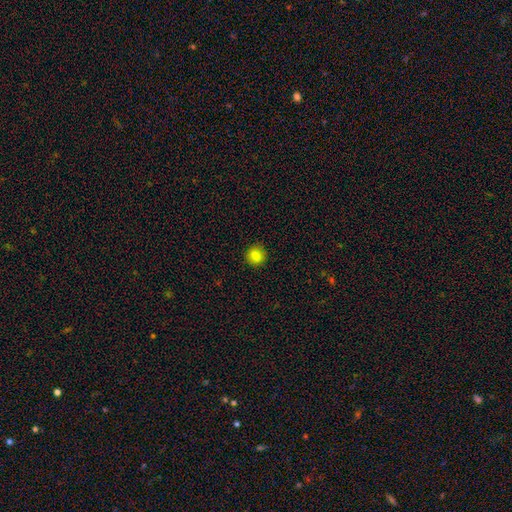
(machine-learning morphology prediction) smooth_or_featured: smooth (p=0.84) [alt: star or artifact p=0.11]
how_rounded: round (p=0.88) [alt: in between p=0.11]
merging: none (p=0.91) [alt: minor disturbance p=0.06]